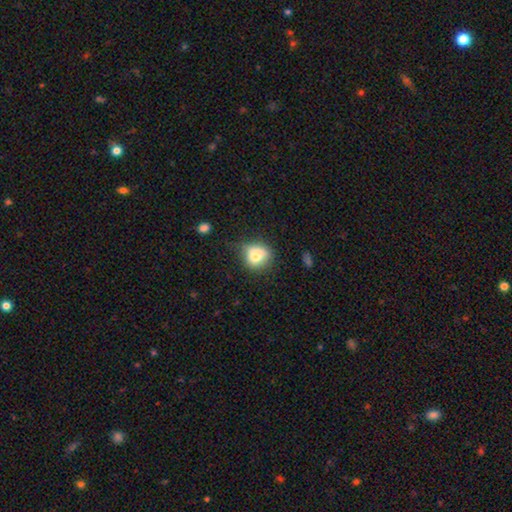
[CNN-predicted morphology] Overall: smooth (75%). How rounded: round (76%). Merging: none (59%; minor disturbance 29%).